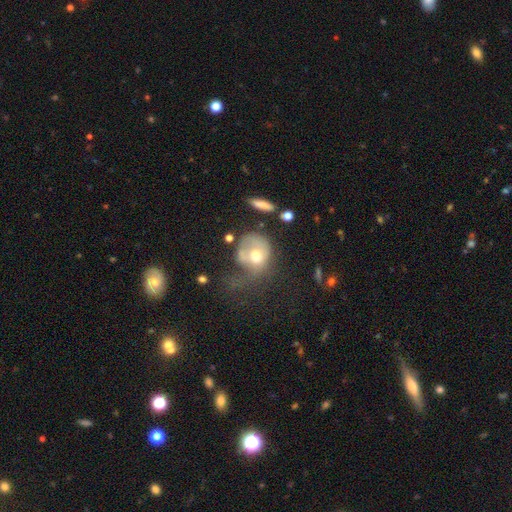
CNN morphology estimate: A smooth galaxy with no disk features (57%) that is round (61%). Merging: major disturbance (51%).